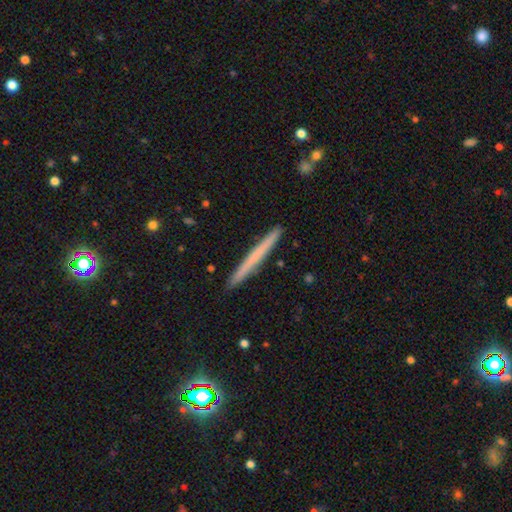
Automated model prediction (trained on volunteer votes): smooth_or_featured: smooth (p=0.57) [alt: featured or disk p=0.36]
how_rounded: cigar-shaped (p=0.97) [alt: in between p=0.02]
merging: none (p=0.92) [alt: minor disturbance p=0.06]